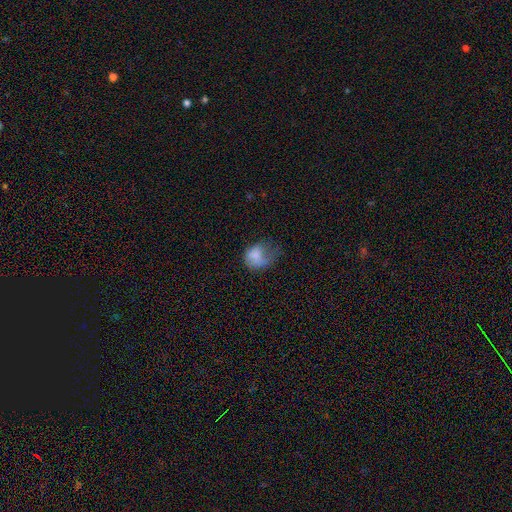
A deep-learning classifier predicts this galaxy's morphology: Smooth or featured? Predicted: smooth (p=0.71). How rounded? Predicted: in between (p=0.58). Merging? Predicted: major disturbance (p=0.50).